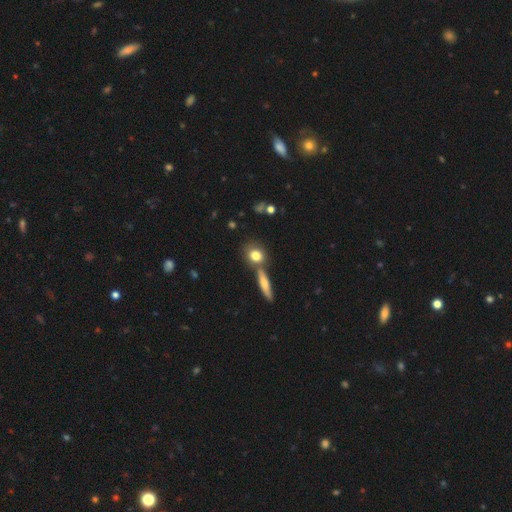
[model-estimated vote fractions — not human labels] smooth-or-featured: smooth: 76% | featured or disk: 15% | star or artifact: 9%
  how-rounded: round: 59% | in between: 33% | cigar-shaped: 8%
  merging: none: 58% | merger: 27% | minor disturbance: 12% | major disturbance: 4%